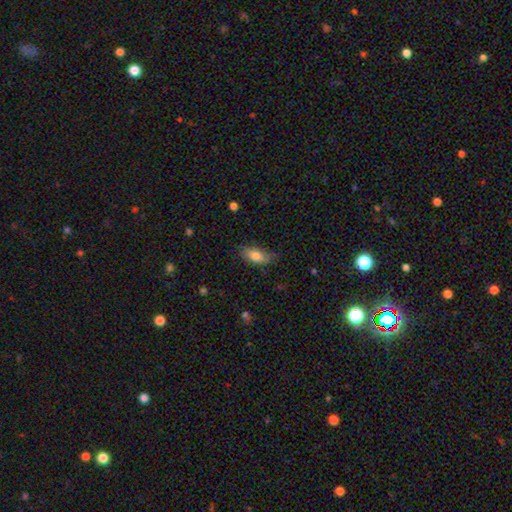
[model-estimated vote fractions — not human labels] A smooth galaxy with no disk features (80%) that is in between round and cigar-shaped (88%).

Vote fractions:
- Smooth or featured? smooth: 80% / featured or disk: 13% / star or artifact: 7%
- How rounded? in between: 88% / cigar-shaped: 9% / round: 4%
- Merging? none: 65% / minor disturbance: 27% / major disturbance: 6% / merger: 2%